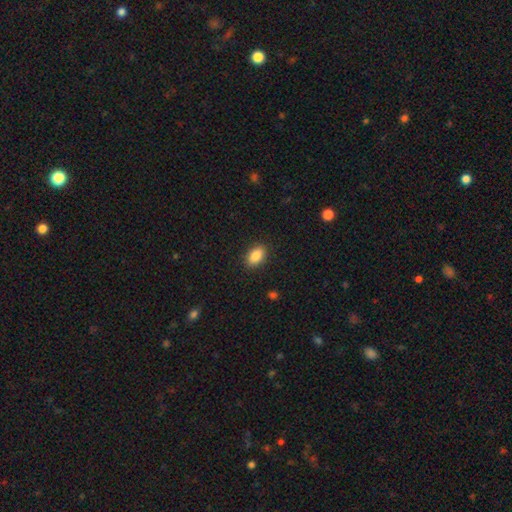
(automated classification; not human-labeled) smooth-or-featured: smooth: 88% | star or artifact: 8% | featured or disk: 5%
  how-rounded: in between: 90% | round: 8% | cigar-shaped: 2%
  merging: none: 89% | minor disturbance: 8% | major disturbance: 2% | merger: 1%